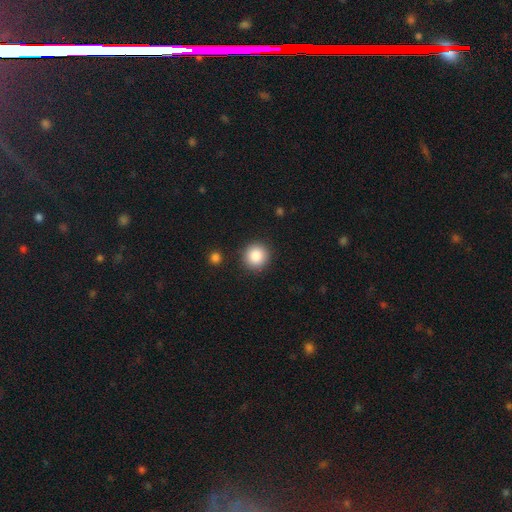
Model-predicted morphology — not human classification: Q: Smooth or featured?
A: smooth (87%); runner-up: star or artifact (9%)
Q: How rounded?
A: round (94%); runner-up: in between (6%)
Q: Merging?
A: none (89%); runner-up: minor disturbance (6%)